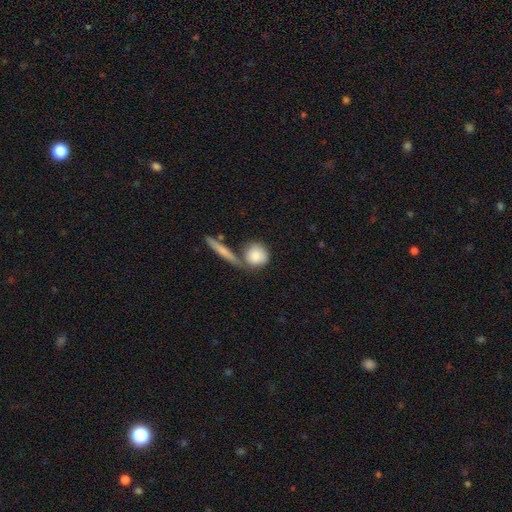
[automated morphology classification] This appears to be a smooth galaxy with no disk features (81%) that is round (79%). Merging: none (58%).